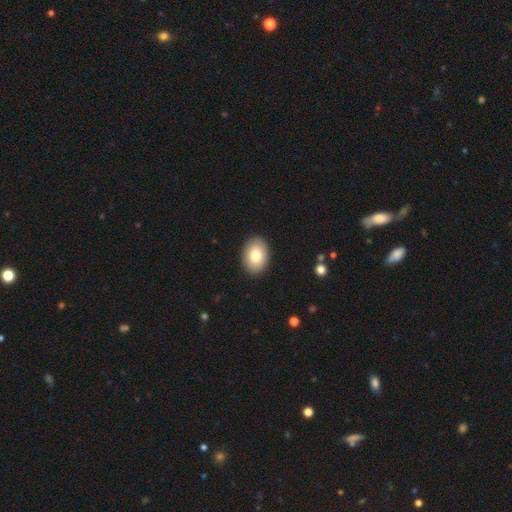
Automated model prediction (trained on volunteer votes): Overall: smooth (84%). How rounded: in between (82%). Merging: none (90%).